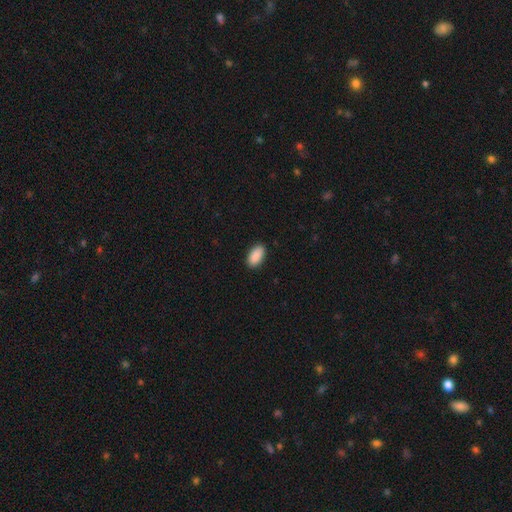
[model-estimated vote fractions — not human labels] Smooth or featured? Predicted: smooth (p=0.91). How rounded? Predicted: in between (p=0.94). Merging? Predicted: none (p=0.88).